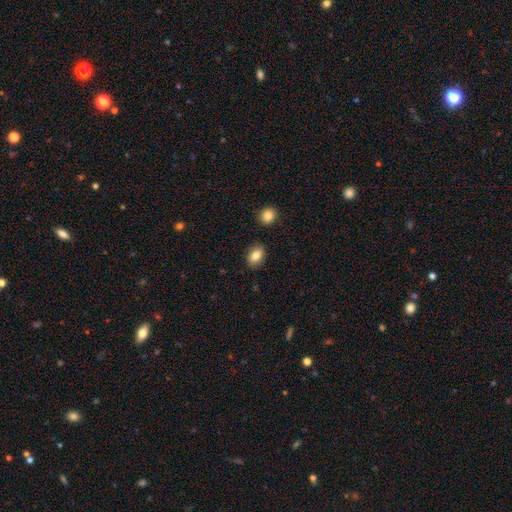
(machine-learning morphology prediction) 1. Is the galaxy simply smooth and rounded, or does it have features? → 84% smooth, 8% featured or disk, 8% star or artifact.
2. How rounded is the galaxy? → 82% in between, 17% round, 1% cigar-shaped.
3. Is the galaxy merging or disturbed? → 87% none, 9% minor disturbance, 2% merger, 2% major disturbance.